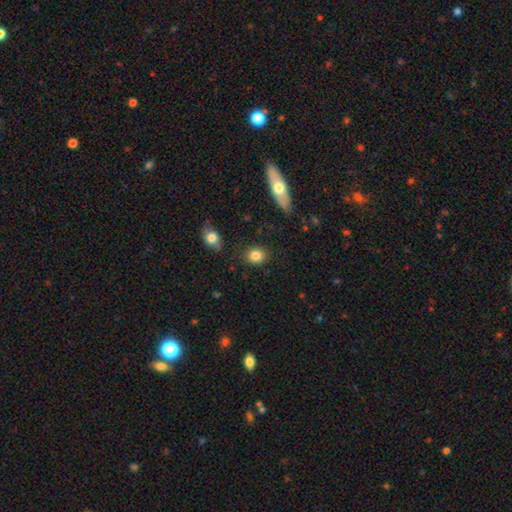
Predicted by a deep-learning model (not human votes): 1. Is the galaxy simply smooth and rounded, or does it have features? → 84% smooth, 9% star or artifact, 7% featured or disk.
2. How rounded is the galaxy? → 69% round, 29% in between, 1% cigar-shaped.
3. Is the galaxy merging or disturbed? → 85% none, 10% minor disturbance, 3% major disturbance, 2% merger.